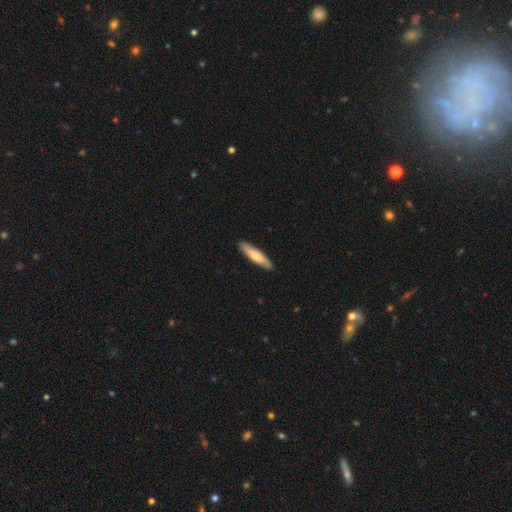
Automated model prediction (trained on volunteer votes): This appears to be a smooth galaxy with no disk features (64%) that is cigar-shaped (80%). Merging: none (88%).